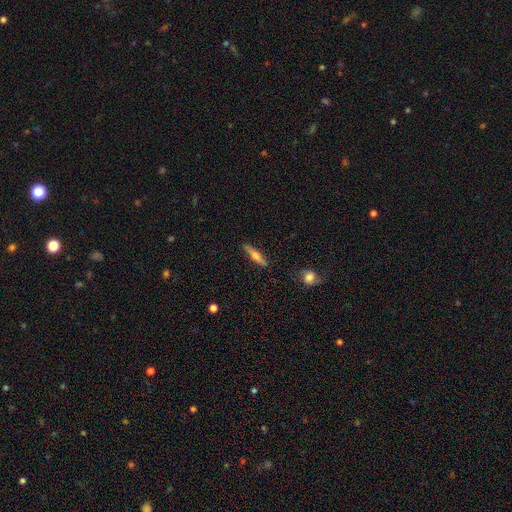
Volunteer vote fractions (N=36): A featured or disk galaxy (69%) viewed edge-on (96%) with a rounded central bulge (92%). Merging: none (86%).